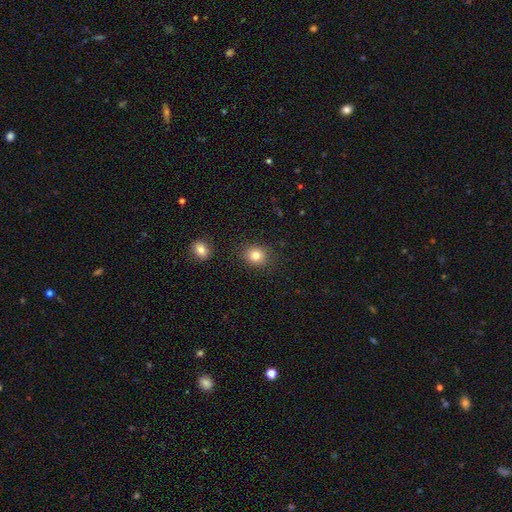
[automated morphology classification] A smooth galaxy with no disk features (83%) that is round (70%).

Vote fractions:
- Smooth or featured? smooth: 83% / star or artifact: 11% / featured or disk: 6%
- How rounded? round: 70% / in between: 29% / cigar-shaped: 1%
- Merging? none: 86% / minor disturbance: 9% / major disturbance: 3% / merger: 3%